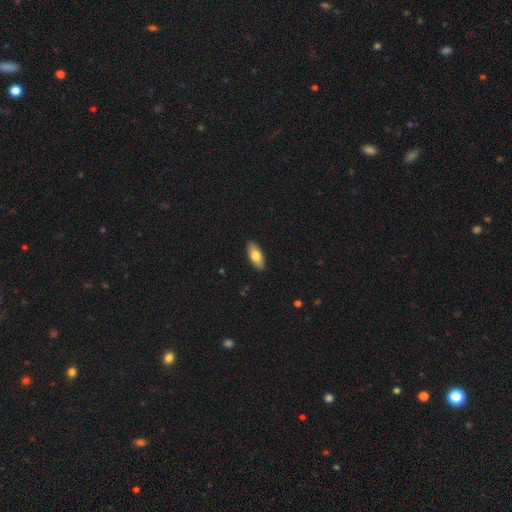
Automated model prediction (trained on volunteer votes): Smooth or featured? smooth (74%)
How rounded? in between (83%)
Merging? none (90%)